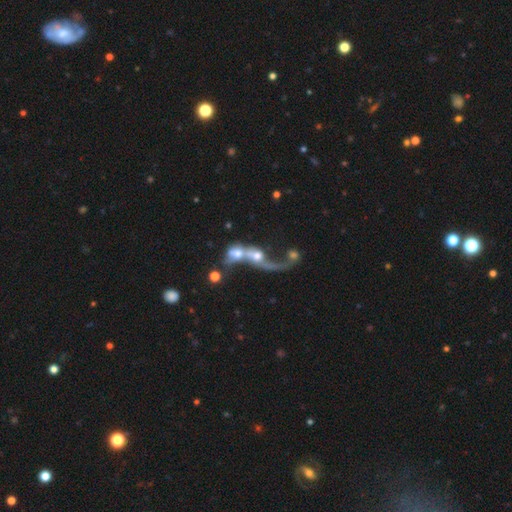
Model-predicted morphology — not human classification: smooth-or-featured: featured or disk: 57% | smooth: 32% | star or artifact: 11%
  disk-edge-on: no: 92% | yes: 8%
    bar: no: 74% | weak: 20% | strong: 7%
    has-spiral-arms: yes: 56% | no: 44%
    bulge-size: moderate: 45% | small: 21% | large: 18% | none: 11% | dominant: 5%
  merging: merger: 78% | major disturbance: 11% | none: 7% | minor disturbance: 4%